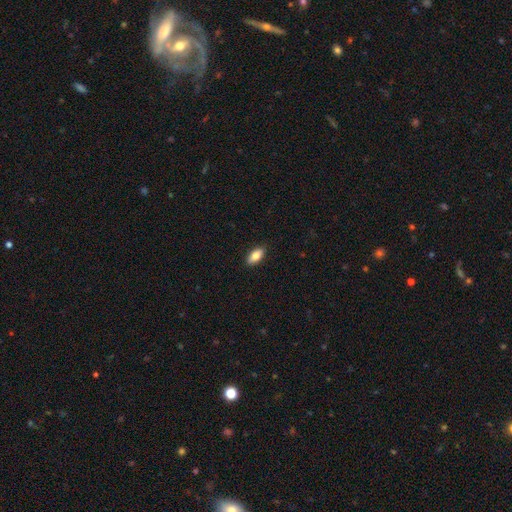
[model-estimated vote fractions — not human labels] smooth_or_featured: smooth (p=0.82) [alt: featured or disk p=0.11]
how_rounded: in between (p=0.90) [alt: cigar-shaped p=0.07]
merging: none (p=0.90) [alt: minor disturbance p=0.08]